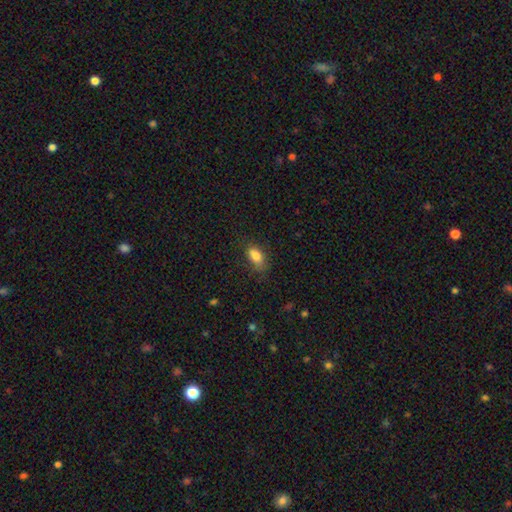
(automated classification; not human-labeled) smooth_or_featured: smooth (p=0.83) [alt: featured or disk p=0.09]
how_rounded: in between (p=0.87) [alt: cigar-shaped p=0.07]
merging: none (p=0.71) [alt: minor disturbance p=0.22]